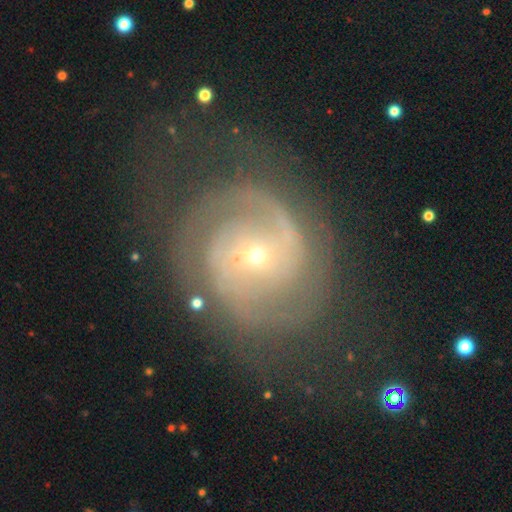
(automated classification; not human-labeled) smooth-or-featured: featured or disk: 87% | star or artifact: 7% | smooth: 6%
  disk-edge-on: no: 98% | yes: 2%
    bar: no: 61% | weak: 28% | strong: 11%
    has-spiral-arms: yes: 96% | no: 4%
      spiral-winding: tight: 49% | medium: 41% | loose: 11%
      spiral-arm-count: 2: 71% | can't tell: 11% | 3: 7% | 1: 4% | 4: 3% | more than 4: 3%
    bulge-size: small: 81% | moderate: 16% | large: 1% | none: 1% | dominant: 1%
  merging: none: 65% | minor disturbance: 17% | major disturbance: 16% | merger: 2%